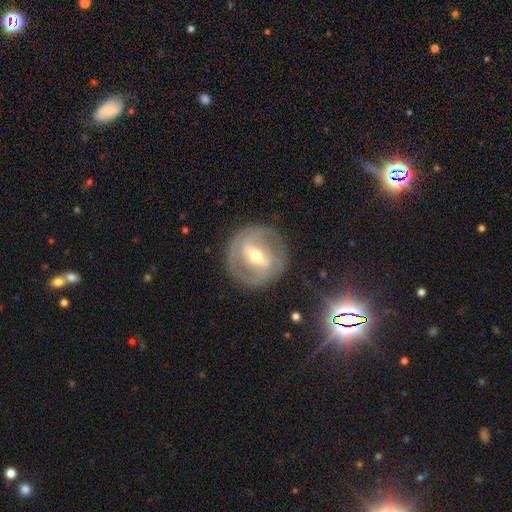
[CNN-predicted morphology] This appears to be a featured or disk galaxy (76%) with a strong bar (53%), spiral arms (65%) and a moderate central bulge (61%). Merging: none (82%).